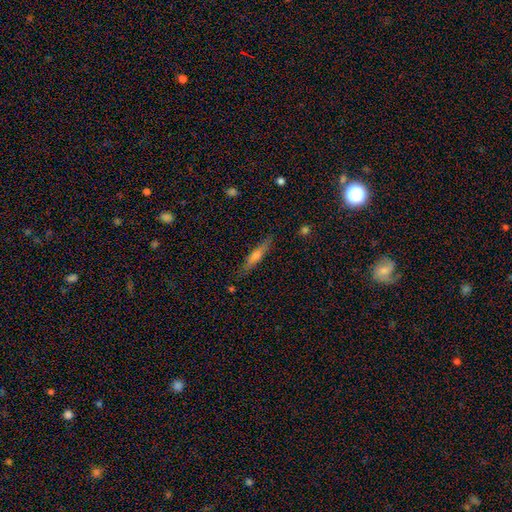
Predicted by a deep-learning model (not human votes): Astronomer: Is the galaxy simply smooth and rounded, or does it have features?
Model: smooth — 53% (runner-up: featured or disk, 39%).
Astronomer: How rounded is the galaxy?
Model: cigar-shaped — 84%.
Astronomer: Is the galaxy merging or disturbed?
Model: none — 86%.